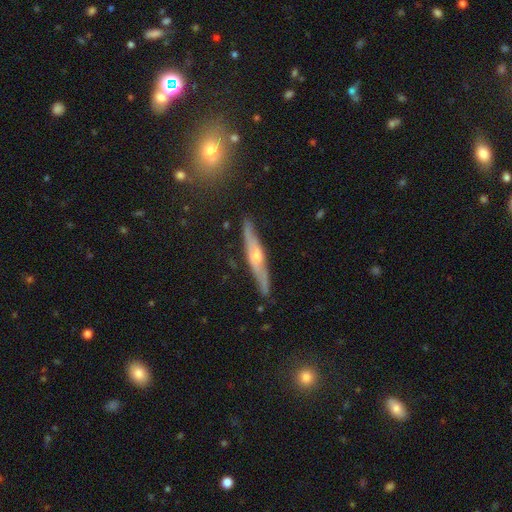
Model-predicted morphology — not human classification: smooth_or_featured: featured or disk (p=0.75) [alt: smooth p=0.18]
disk_edge_on: yes (p=0.93) [alt: no p=0.07]
edge_on_bulge: rounded (p=0.84) [alt: none p=0.10]
merging: none (p=0.85) [alt: minor disturbance p=0.11]